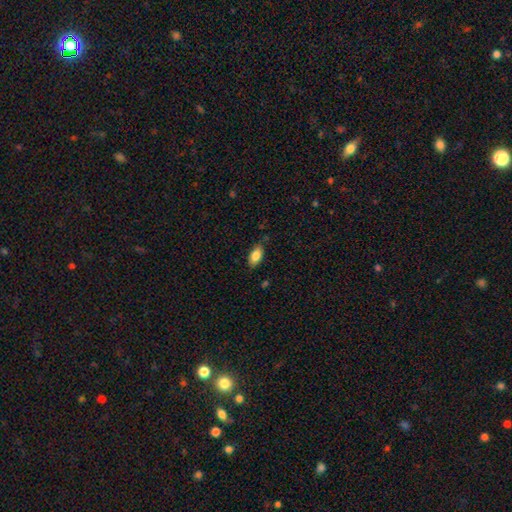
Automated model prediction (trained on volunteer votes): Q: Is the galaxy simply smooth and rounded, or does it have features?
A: smooth — 84%.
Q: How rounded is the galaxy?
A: in between — 91%.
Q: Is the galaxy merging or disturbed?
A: none — 81%.